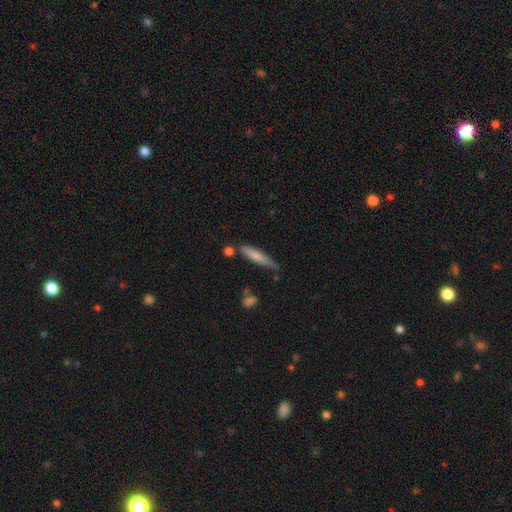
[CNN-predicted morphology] smooth_or_featured: smooth (p=0.69) [alt: featured or disk p=0.25]
how_rounded: cigar-shaped (p=0.86) [alt: in between p=0.12]
merging: none (p=0.67) [alt: minor disturbance p=0.23]